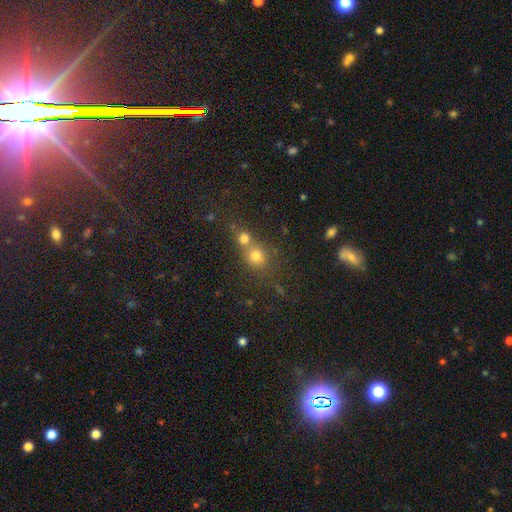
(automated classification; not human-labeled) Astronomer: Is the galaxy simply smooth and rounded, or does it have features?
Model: smooth — 69%.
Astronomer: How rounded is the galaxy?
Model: round — 82%.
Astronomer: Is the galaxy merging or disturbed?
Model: merger — 48% (runner-up: none, 42%).